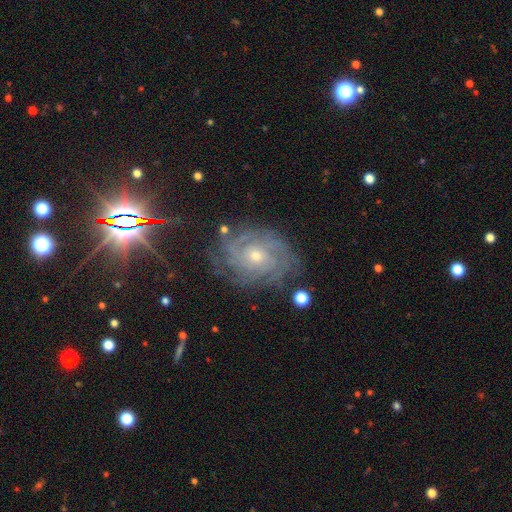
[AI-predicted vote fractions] A featured or disk galaxy (75%) with no bar (75%), tight (75%) spiral arms (95%) and a small central bulge (57%). Merging: none (79%).